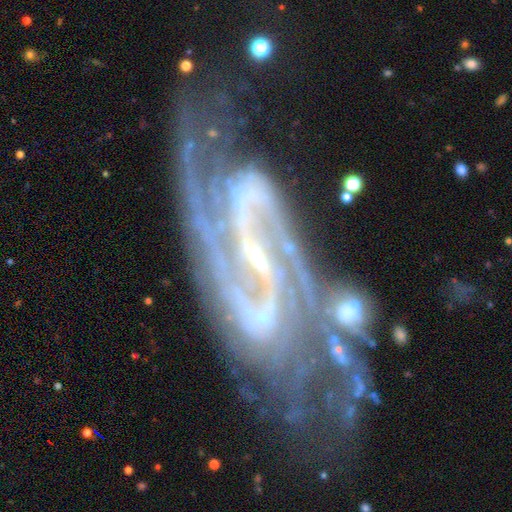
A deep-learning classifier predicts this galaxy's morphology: featured or disk 92%, star or artifact 5%, smooth 3%. Down the decision tree: edge-on disk — no (96%); bar — strong (52%); spiral arms — yes (98%); spiral arm count — 2 (74%); spiral winding — medium (52%); bulge size — small (75%); merging — none (47%).